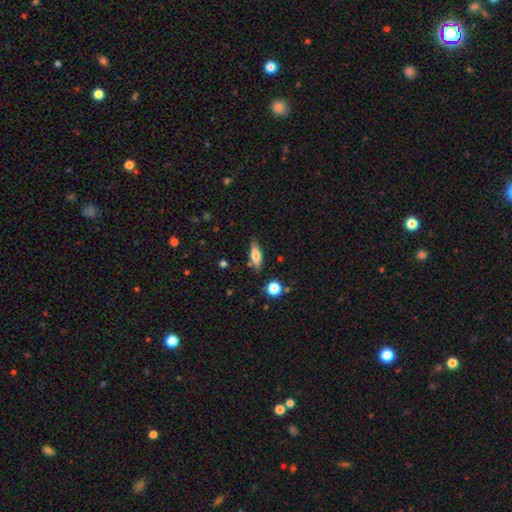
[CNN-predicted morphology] This appears to be a smooth galaxy with no disk features (64%) that is in between round and cigar-shaped (53%). Merging: none (79%).